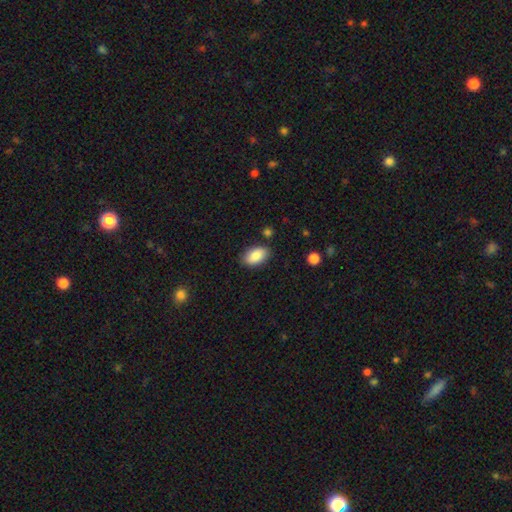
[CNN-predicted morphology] smooth-or-featured: smooth: 87% | star or artifact: 7% | featured or disk: 6%
  how-rounded: in between: 93% | round: 5% | cigar-shaped: 2%
  merging: none: 84% | minor disturbance: 12% | major disturbance: 3% | merger: 2%